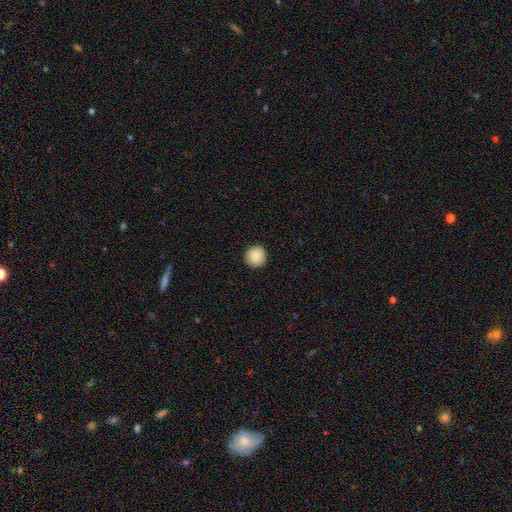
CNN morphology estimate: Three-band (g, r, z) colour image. It shows a smooth galaxy with no disk features (88%) that is round (94%). Merging: none (93%).